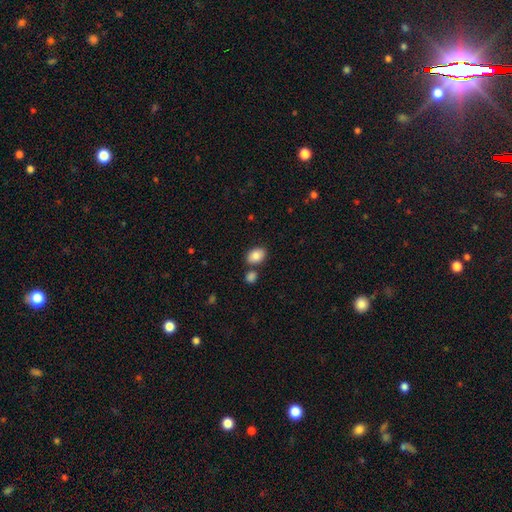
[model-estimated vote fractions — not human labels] Smooth or featured?
  - smooth: 85% *
  - star or artifact: 8%
  - featured or disk: 7%
How rounded?
  - in between: 80% *
  - round: 19%
  - cigar-shaped: 1%
Merging?
  - none: 72% *
  - merger: 14%
  - minor disturbance: 11%
  - major disturbance: 3%